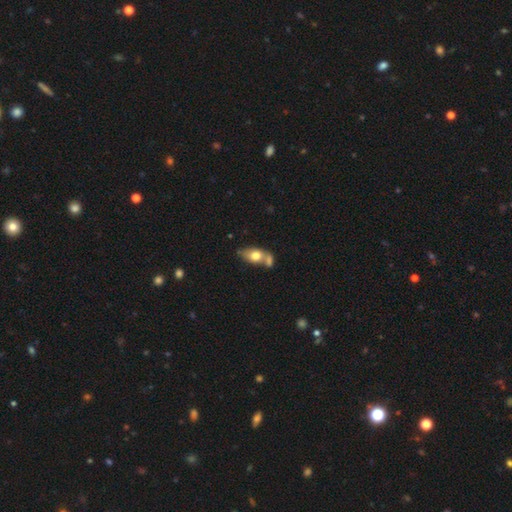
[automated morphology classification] This is likely a smooth galaxy (69%). How rounded: clearly in between (83%). Merging: possibly merger (45%).